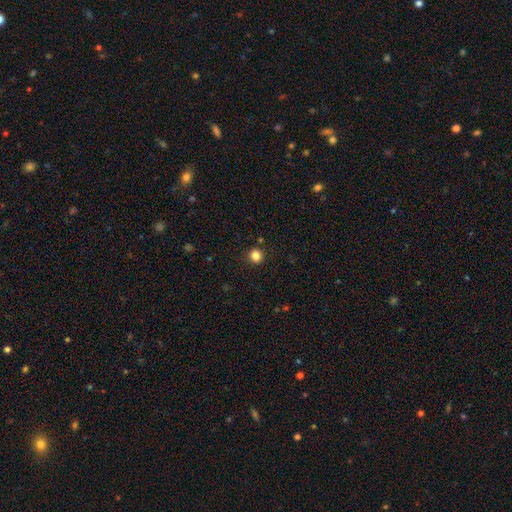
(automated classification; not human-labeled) smooth_or_featured: smooth (p=0.83) [alt: star or artifact p=0.13]
how_rounded: round (p=0.89) [alt: in between p=0.10]
merging: none (p=0.90) [alt: minor disturbance p=0.06]